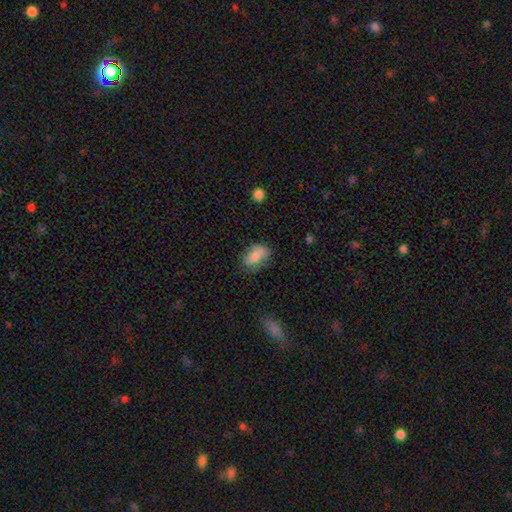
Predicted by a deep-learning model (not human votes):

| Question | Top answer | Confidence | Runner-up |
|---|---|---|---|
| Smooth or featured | smooth | 78% | featured or disk (14%) |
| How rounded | in between | 88% | round (8%) |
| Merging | none | 60% | minor disturbance (27%) |